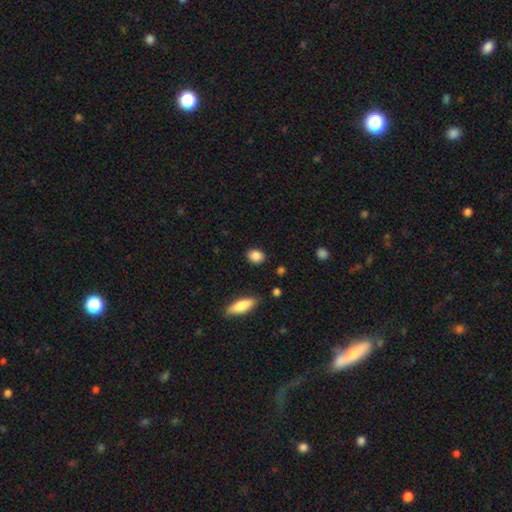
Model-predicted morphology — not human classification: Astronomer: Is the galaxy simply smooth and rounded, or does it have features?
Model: smooth — 87%.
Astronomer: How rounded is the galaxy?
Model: in between — 57% (runner-up: round, 40%).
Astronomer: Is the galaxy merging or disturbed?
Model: none — 86%.